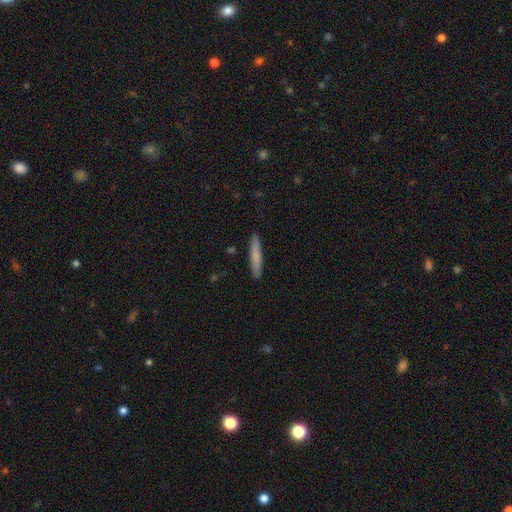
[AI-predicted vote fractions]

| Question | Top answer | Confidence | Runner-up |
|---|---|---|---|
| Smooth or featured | smooth | 75% | featured or disk (19%) |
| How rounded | cigar-shaped | 95% | in between (4%) |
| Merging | none | 91% | minor disturbance (7%) |